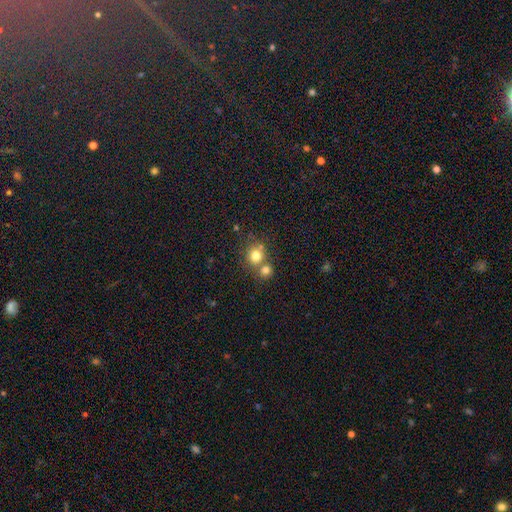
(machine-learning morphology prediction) Q: Smooth or featured?
A: smooth (77%); runner-up: star or artifact (13%)
Q: How rounded?
A: round (83%); runner-up: in between (16%)
Q: Merging?
A: none (52%); runner-up: merger (37%)